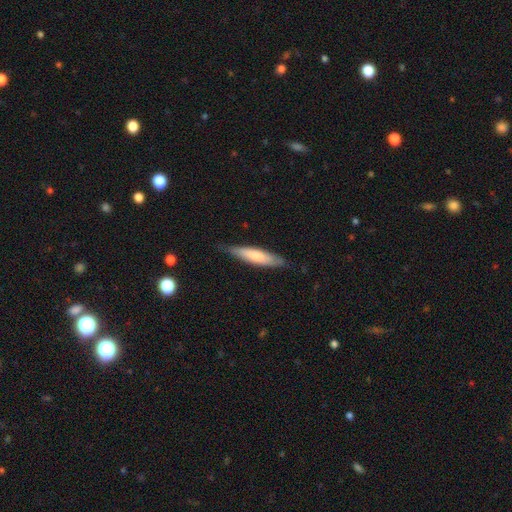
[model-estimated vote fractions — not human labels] smooth 67%, featured or disk 28%, star or artifact 5%. Down the decision tree: how rounded — cigar-shaped (76%); merging — none (76%).